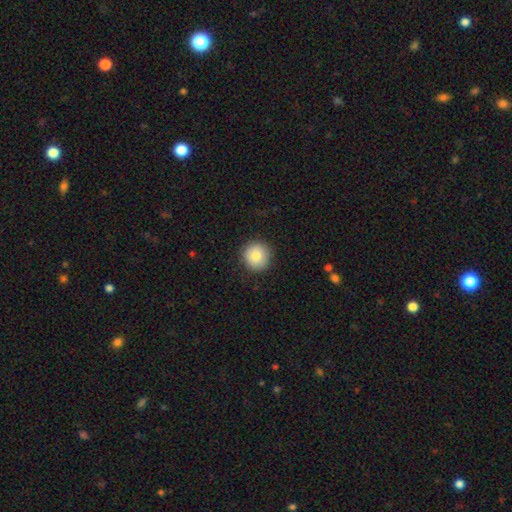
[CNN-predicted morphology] Overall: smooth (83%). How rounded: round (94%). Merging: none (90%).